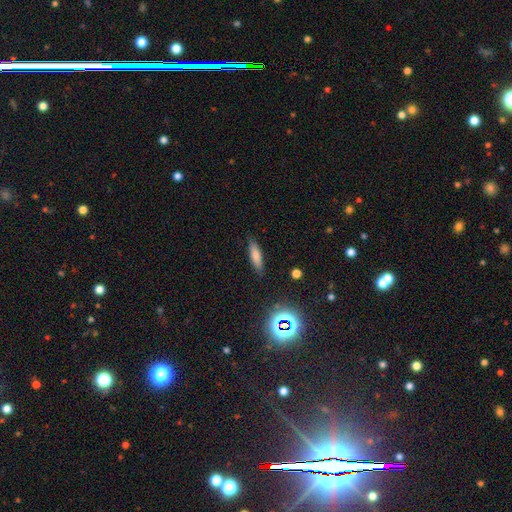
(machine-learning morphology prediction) This is likely a smooth galaxy (75%). How rounded: likely cigar-shaped (66%). Merging: clearly none (85%).